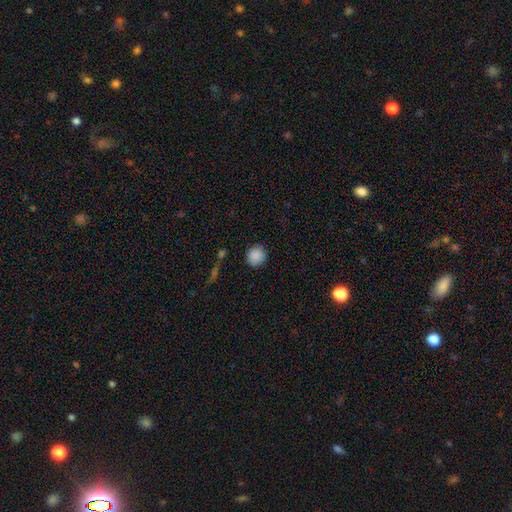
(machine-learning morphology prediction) The model was most divided on "merging": none: 87%, minor disturbance: 8%, major disturbance: 3%, merger: 2%. More confident: how rounded — round (90%); smooth or featured — smooth (88%).